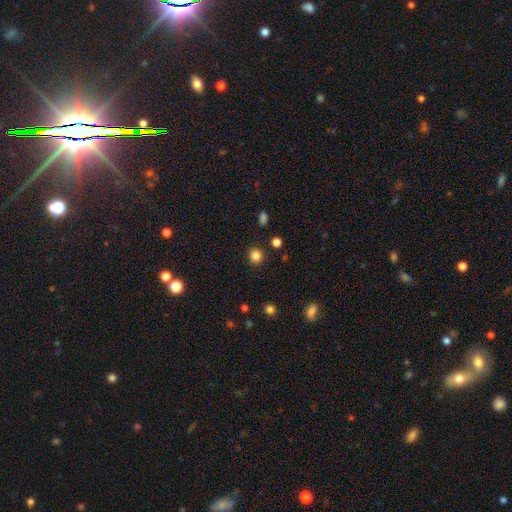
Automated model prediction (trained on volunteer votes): A smooth galaxy with no disk features (84%) that is round (88%). Merging: none (90%).